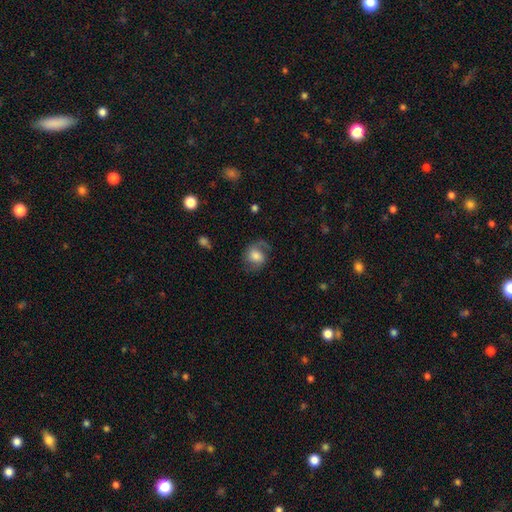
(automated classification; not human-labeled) Smooth or featured? Predicted: smooth (p=0.48). Merging? Predicted: none (p=0.61).